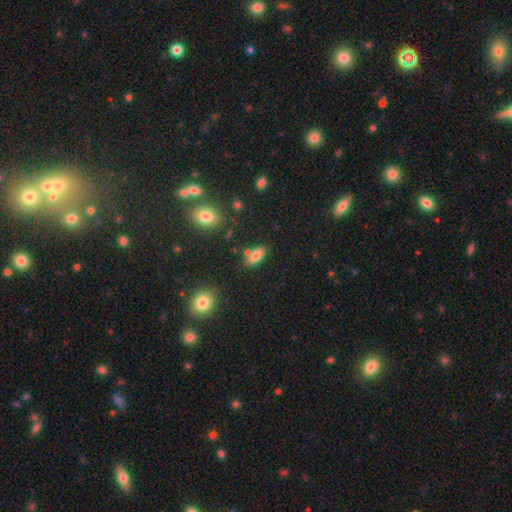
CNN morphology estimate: Smooth or featured? smooth (76%)
How rounded? in between (83%)
Merging? none (70%)